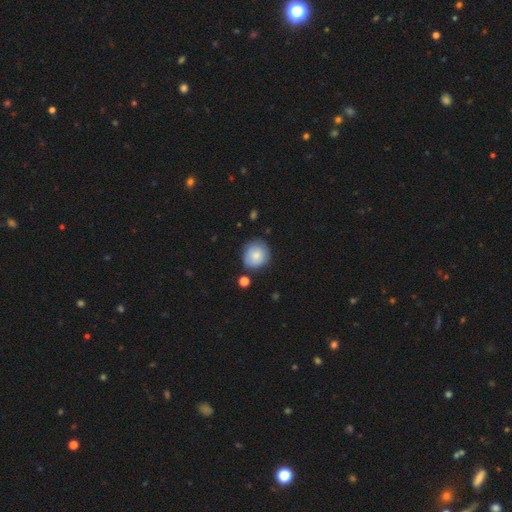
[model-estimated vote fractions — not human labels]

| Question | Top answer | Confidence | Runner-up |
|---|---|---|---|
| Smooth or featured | smooth | 78% | featured or disk (15%) |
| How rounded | round | 85% | in between (14%) |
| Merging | none | 75% | minor disturbance (17%) |